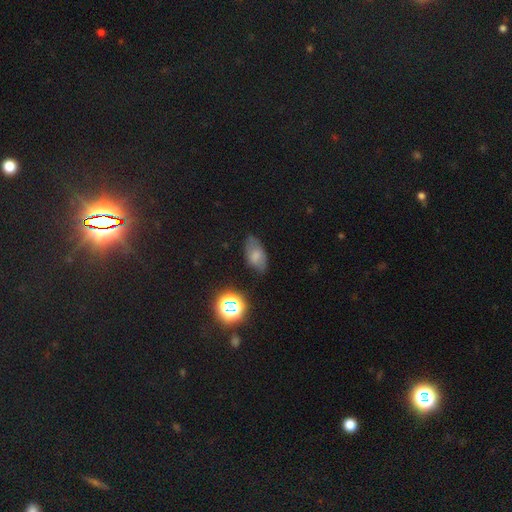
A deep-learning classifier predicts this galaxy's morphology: Q: Smooth or featured?
A: smooth (64%); runner-up: featured or disk (23%)
Q: How rounded?
A: in between (92%); runner-up: round (6%)
Q: Merging?
A: none (69%); runner-up: minor disturbance (22%)